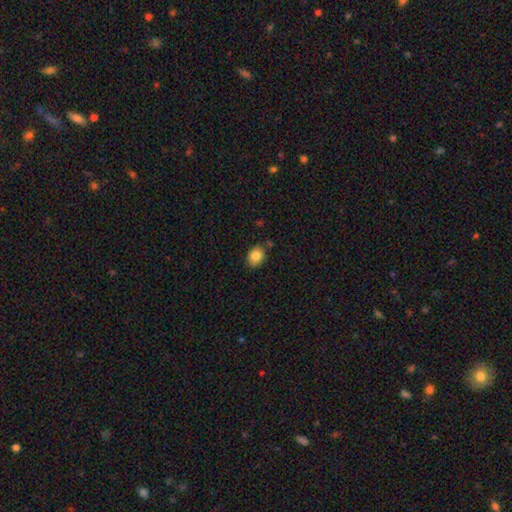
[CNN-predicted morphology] smooth-or-featured: smooth: 83% | star or artifact: 9% | featured or disk: 8%
  how-rounded: in between: 60% | round: 39% | cigar-shaped: 1%
  merging: none: 80% | minor disturbance: 14% | merger: 4% | major disturbance: 3%